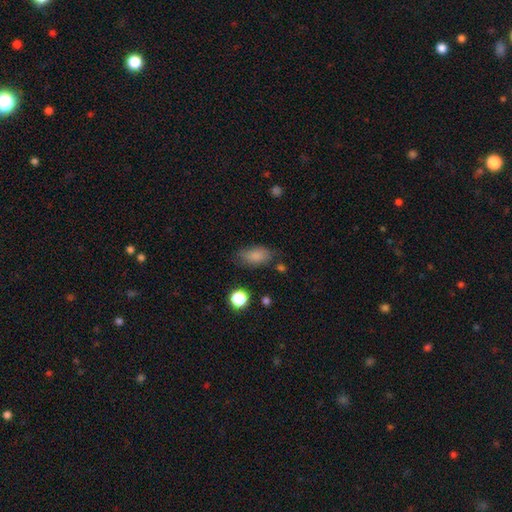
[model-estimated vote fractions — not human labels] Smooth or featured: smooth — 82% (star or artifact — 10%)
How rounded: in between — 88% (round — 8%)
Merging: none — 68% (minor disturbance — 22%)